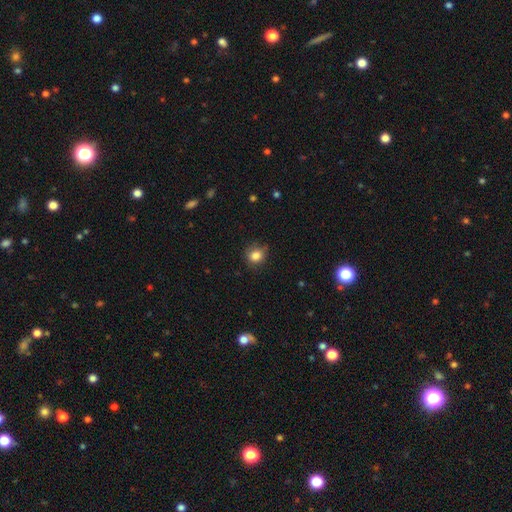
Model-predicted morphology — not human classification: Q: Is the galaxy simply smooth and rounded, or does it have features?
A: smooth — 83%.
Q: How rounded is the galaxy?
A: round — 73%.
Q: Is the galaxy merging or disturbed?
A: none — 73%.